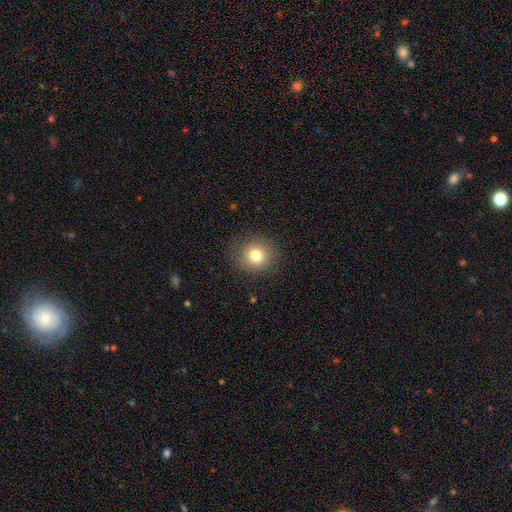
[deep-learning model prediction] Q: Smooth or featured?
A: smooth (78%); runner-up: star or artifact (12%)
Q: How rounded?
A: round (89%); runner-up: in between (10%)
Q: Merging?
A: none (84%); runner-up: minor disturbance (11%)